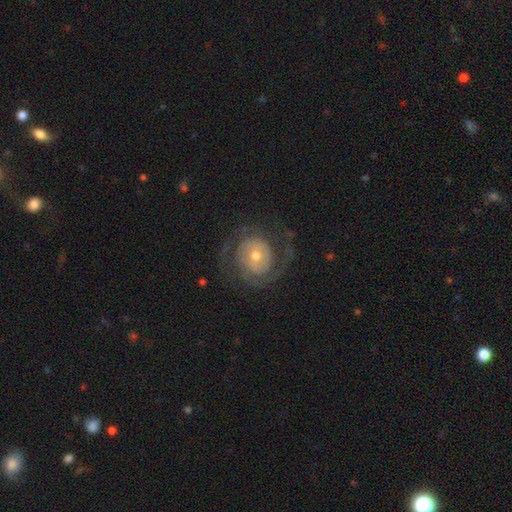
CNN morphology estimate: A featured or disk galaxy (81%) with no bar (70%), 2 (61%) tight (52%) spiral arms (88%) and a moderate central bulge (59%). Merging: none (69%).